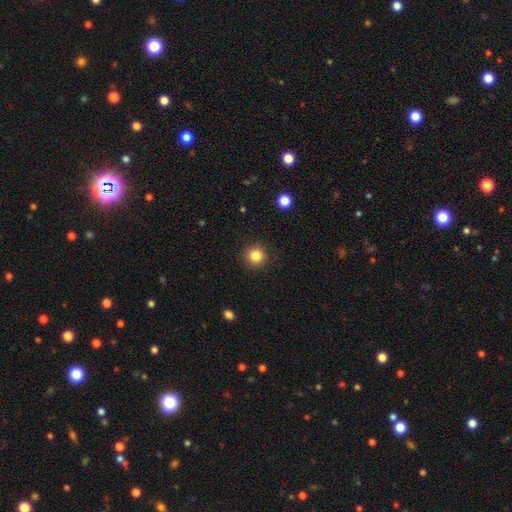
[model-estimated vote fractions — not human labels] Overall: smooth (84%). How rounded: round (94%). Merging: none (91%).